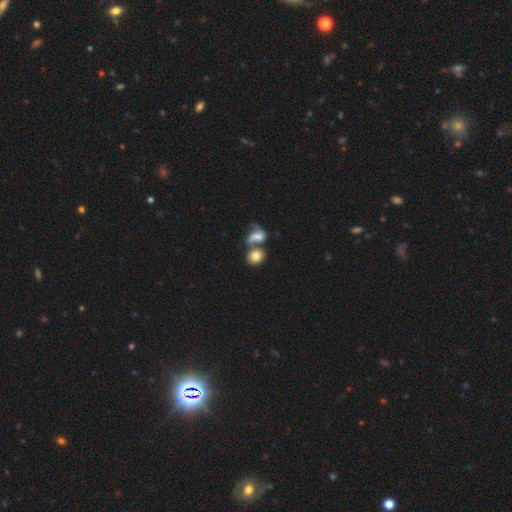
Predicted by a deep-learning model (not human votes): Smooth or featured? Predicted: smooth (p=0.75). How rounded? Predicted: round (p=0.62). Merging? Predicted: merger (p=0.47).